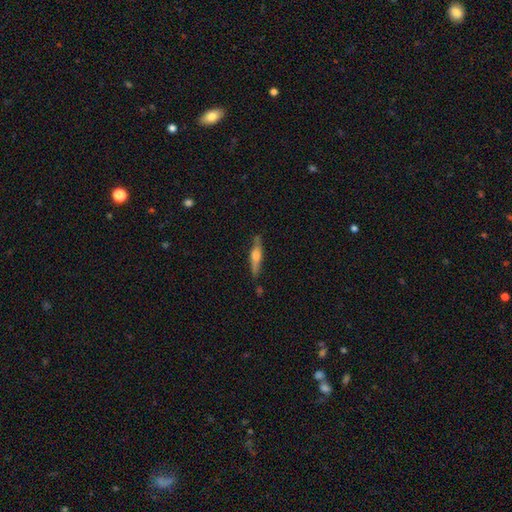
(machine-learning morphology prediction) A featured or disk galaxy (61%) viewed edge-on (95%) with a rounded central bulge (78%). Merging: none (80%).